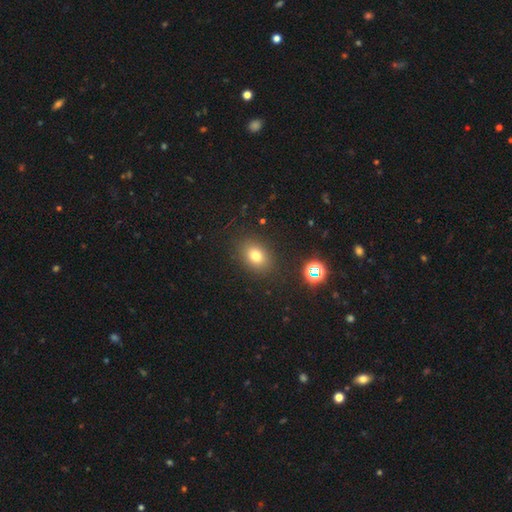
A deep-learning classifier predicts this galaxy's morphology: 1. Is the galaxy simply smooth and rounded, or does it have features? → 76% smooth, 15% star or artifact, 9% featured or disk.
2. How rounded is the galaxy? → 60% in between, 38% round, 1% cigar-shaped.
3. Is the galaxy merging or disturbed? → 86% none, 9% minor disturbance, 3% major disturbance, 2% merger.